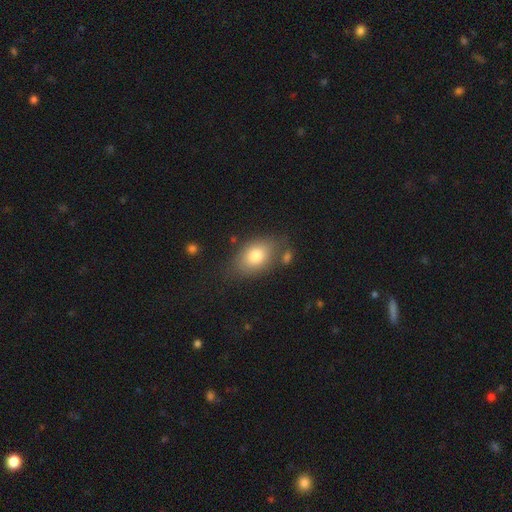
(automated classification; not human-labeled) Q: Smooth or featured?
A: smooth (79%); runner-up: featured or disk (13%)
Q: How rounded?
A: in between (84%); runner-up: round (14%)
Q: Merging?
A: none (70%); runner-up: minor disturbance (17%)